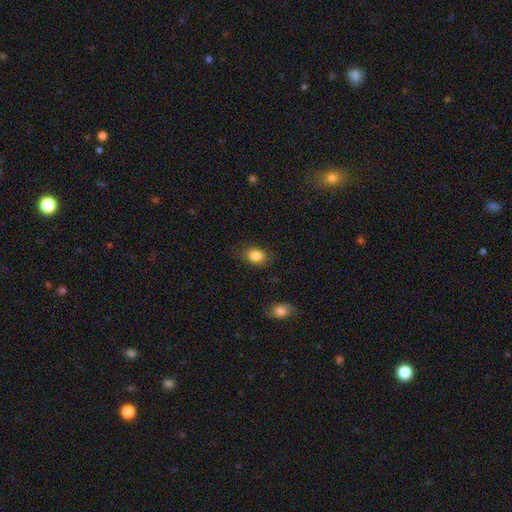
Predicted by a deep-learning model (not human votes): Smooth or featured?
  - smooth: 85% *
  - star or artifact: 9%
  - featured or disk: 6%
How rounded?
  - in between: 68% *
  - round: 30%
  - cigar-shaped: 1%
Merging?
  - none: 79% *
  - minor disturbance: 15%
  - major disturbance: 4%
  - merger: 2%